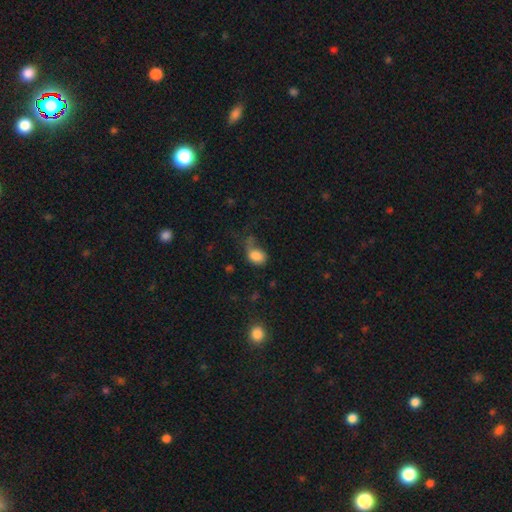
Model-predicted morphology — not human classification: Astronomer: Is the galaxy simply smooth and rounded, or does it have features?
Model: smooth — 81%.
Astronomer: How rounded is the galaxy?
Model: in between — 64%.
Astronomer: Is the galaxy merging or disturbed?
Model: major disturbance — 35% (runner-up: none, 31%).